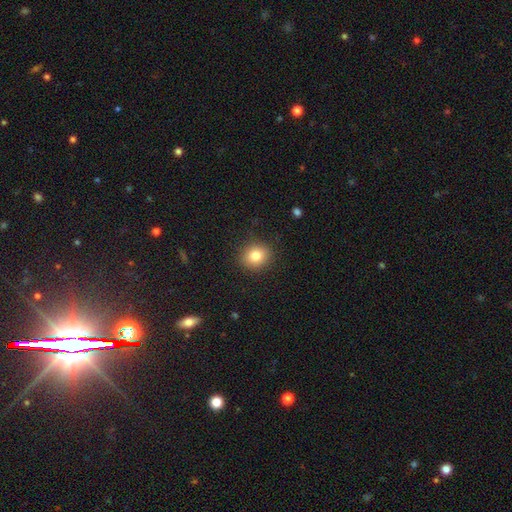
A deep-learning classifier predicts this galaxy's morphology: This appears to be a smooth galaxy with no disk features (81%) that is round (76%). Merging: none (89%).